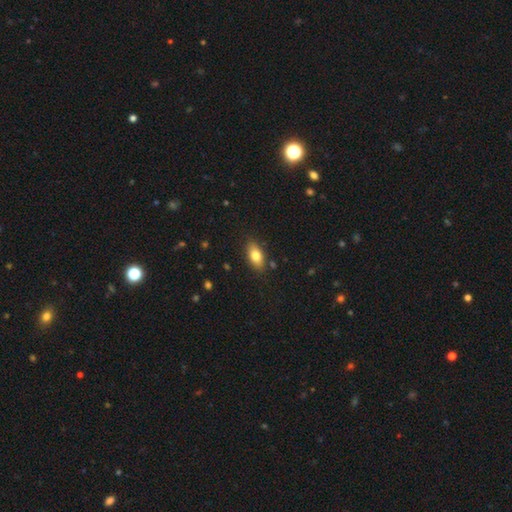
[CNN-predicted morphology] Q: Smooth or featured?
A: smooth (79%); runner-up: featured or disk (13%)
Q: How rounded?
A: in between (88%); runner-up: cigar-shaped (7%)
Q: Merging?
A: none (84%); runner-up: minor disturbance (11%)